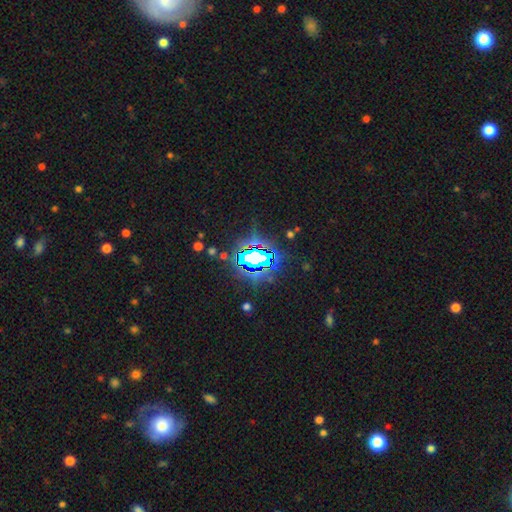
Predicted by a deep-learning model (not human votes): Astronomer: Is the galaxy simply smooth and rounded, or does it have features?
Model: star or artifact — 72%.